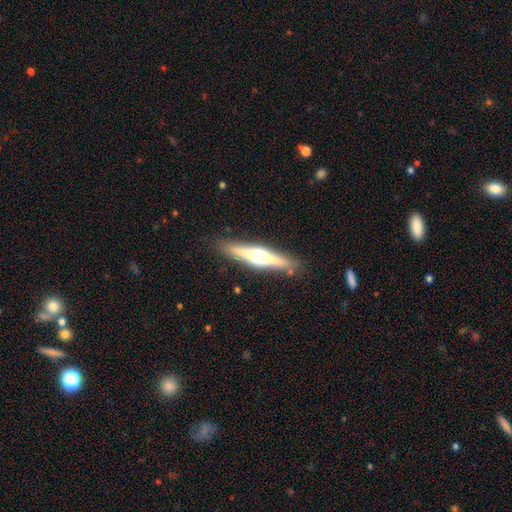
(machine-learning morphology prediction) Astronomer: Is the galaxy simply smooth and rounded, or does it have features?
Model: featured or disk — 71%.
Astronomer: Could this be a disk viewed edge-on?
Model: yes — 97%.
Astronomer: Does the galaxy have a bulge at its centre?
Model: rounded — 92%.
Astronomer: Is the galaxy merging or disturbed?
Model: none — 88%.